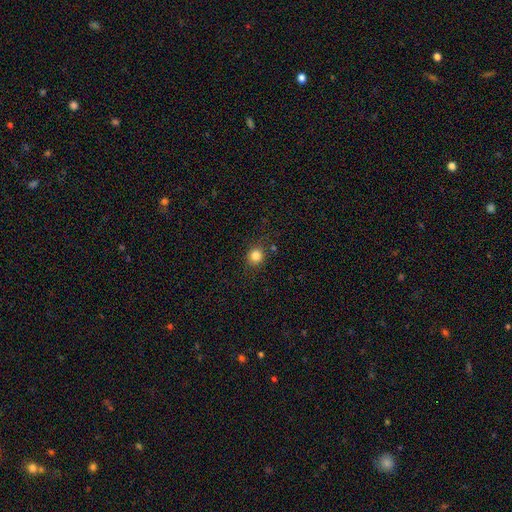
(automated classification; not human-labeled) Overall: smooth (83%). How rounded: round (85%). Merging: none (83%).